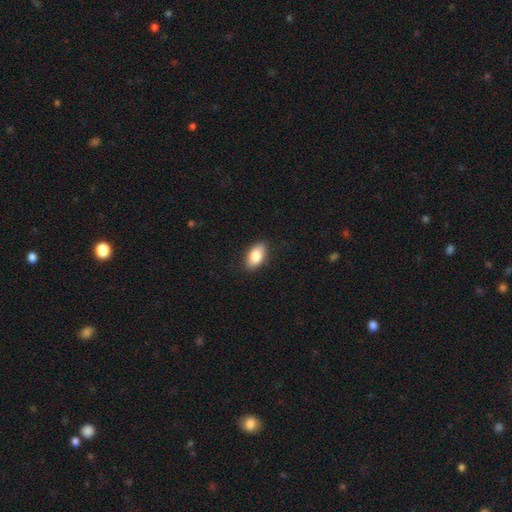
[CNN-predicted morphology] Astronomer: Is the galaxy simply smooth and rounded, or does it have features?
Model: smooth — 83%.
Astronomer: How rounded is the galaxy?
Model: in between — 91%.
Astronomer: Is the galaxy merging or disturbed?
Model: none — 87%.